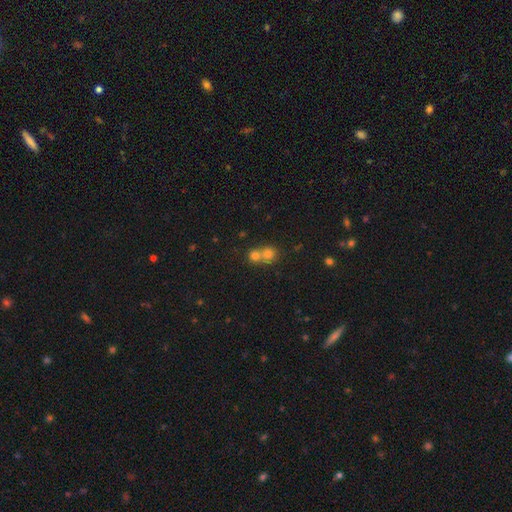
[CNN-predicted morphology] The model was most divided on "merging": merger: 50%, none: 42%, minor disturbance: 5%, major disturbance: 3%. More confident: how rounded — round (81%); smooth or featured — smooth (57%).